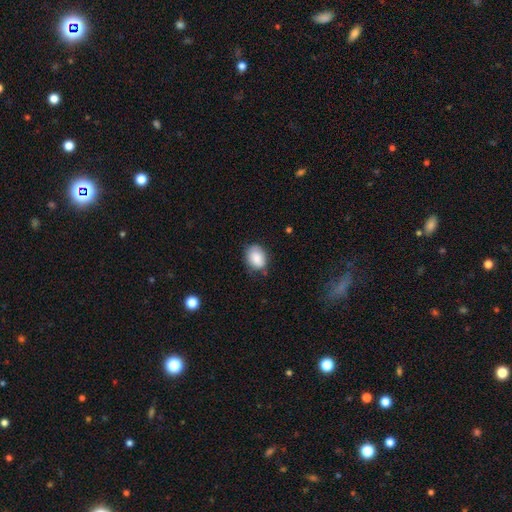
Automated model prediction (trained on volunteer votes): Smooth or featured? smooth (84%)
How rounded? in between (66%)
Merging? none (68%)